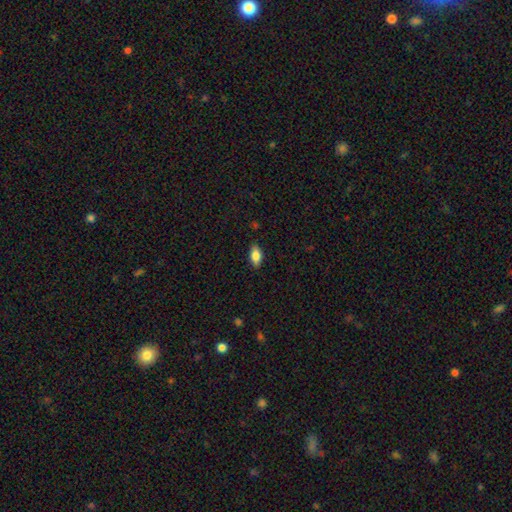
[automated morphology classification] A smooth galaxy with no disk features (81%) that is in between round and cigar-shaped (90%).

Vote fractions:
- Smooth or featured? smooth: 81% / featured or disk: 11% / star or artifact: 7%
- How rounded? in between: 90% / cigar-shaped: 7% / round: 4%
- Merging? none: 86% / minor disturbance: 11% / major disturbance: 2% / merger: 1%